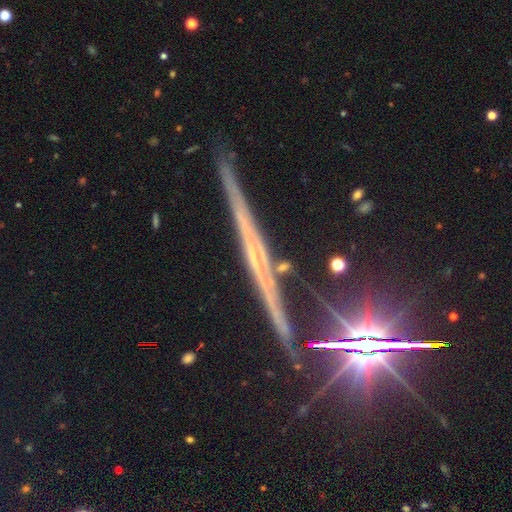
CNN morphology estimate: A featured or disk galaxy (63%) viewed edge-on (97%) with no central bulge (62%).

Vote fractions:
- Smooth or featured? featured or disk: 63% / star or artifact: 23% / smooth: 14%
- Edge-on disk? yes: 97% / no: 3%
- Edge-on bulge? none: 62% / rounded: 27% / boxy: 11%
- Merging? none: 85% / minor disturbance: 11% / merger: 2% / major disturbance: 2%